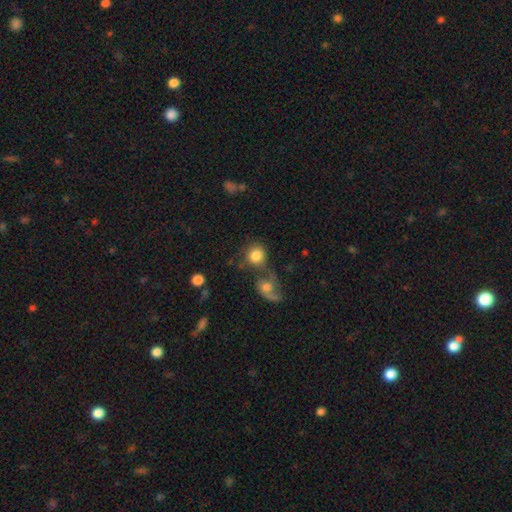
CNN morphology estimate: smooth 80%, featured or disk 12%, star or artifact 8%. Down the decision tree: how rounded — round (82%); merging — merger (43%).